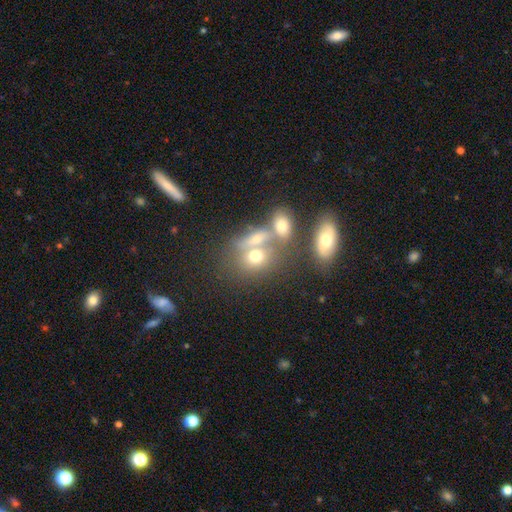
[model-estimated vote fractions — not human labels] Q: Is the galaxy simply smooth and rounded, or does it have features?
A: smooth — 61%.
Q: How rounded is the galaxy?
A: in between — 52%.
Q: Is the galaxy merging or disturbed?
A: merger — 41%.